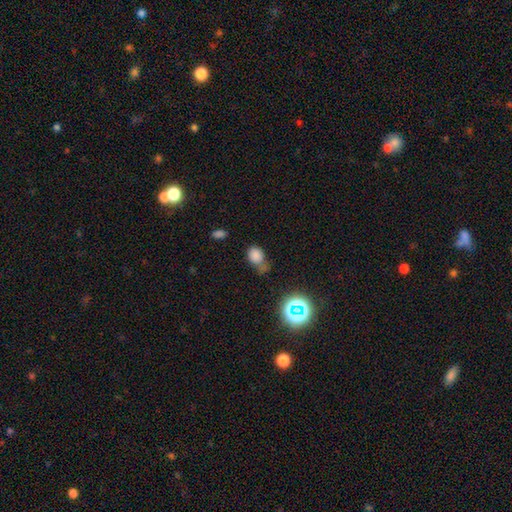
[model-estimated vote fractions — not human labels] Smooth or featured: smooth — 77% (star or artifact — 16%)
How rounded: in between — 52% (round — 47%)
Merging: none — 42% (minor disturbance — 28%)